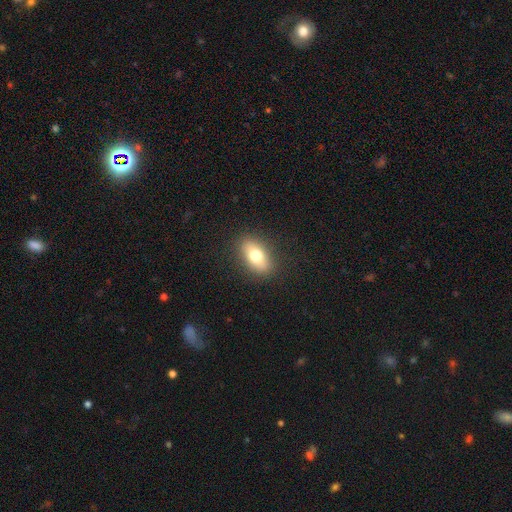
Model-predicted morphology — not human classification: smooth_or_featured: smooth (p=0.72) [alt: featured or disk p=0.20]
how_rounded: in between (p=0.85) [alt: round p=0.10]
merging: none (p=0.88) [alt: minor disturbance p=0.08]